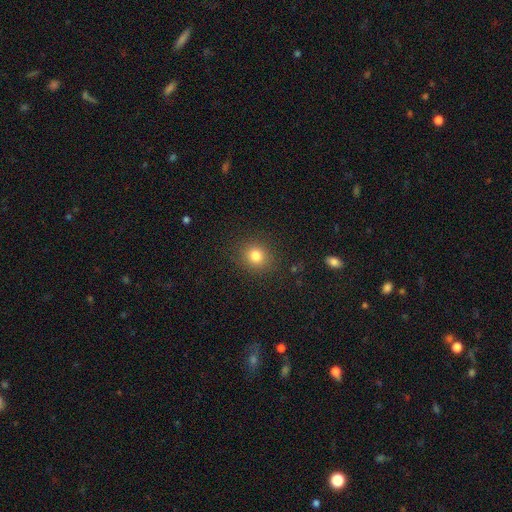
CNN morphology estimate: Smooth or featured?
  - smooth: 80% *
  - star or artifact: 13%
  - featured or disk: 7%
How rounded?
  - round: 79% *
  - in between: 20%
  - cigar-shaped: 1%
Merging?
  - none: 88% *
  - minor disturbance: 8%
  - major disturbance: 3%
  - merger: 1%